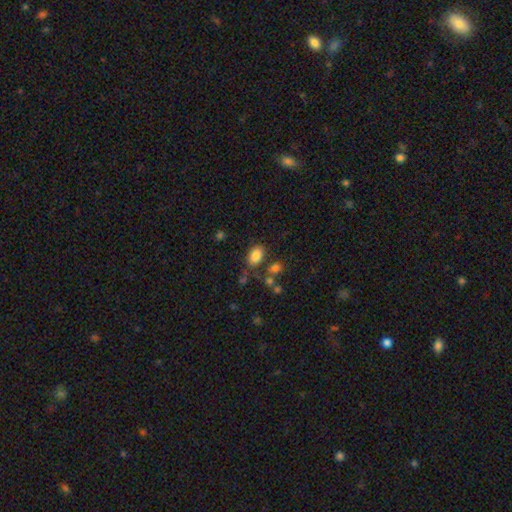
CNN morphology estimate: This is clearly a smooth galaxy (84%). How rounded: clearly in between (88%). Merging: likely none (73%).